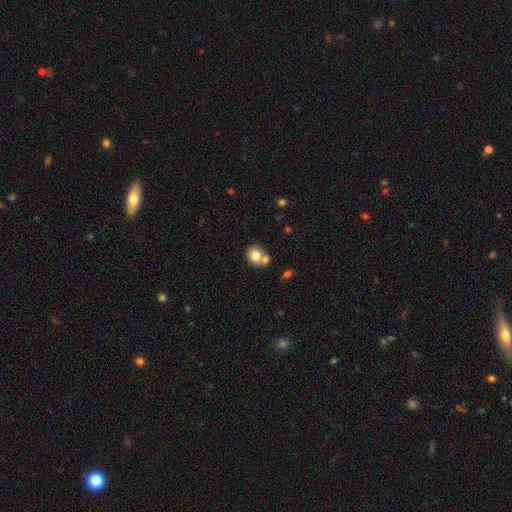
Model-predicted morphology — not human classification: smooth_or_featured: smooth (p=0.76) [alt: featured or disk p=0.15]
how_rounded: round (p=0.67) [alt: in between p=0.32]
merging: none (p=0.49) [alt: merger p=0.37]